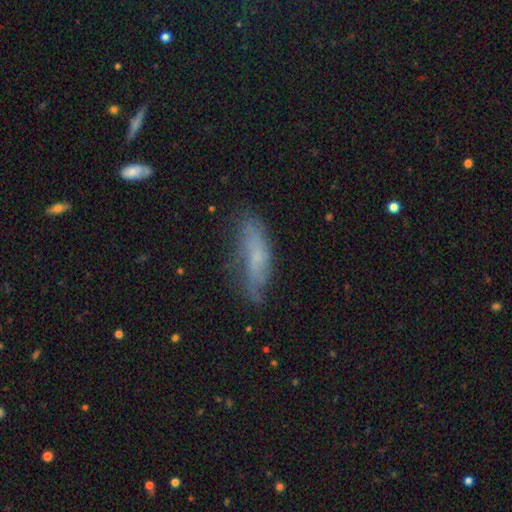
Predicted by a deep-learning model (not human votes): A smooth galaxy with no disk features (55%) that is cigar-shaped (50%). Merging: none (55%).